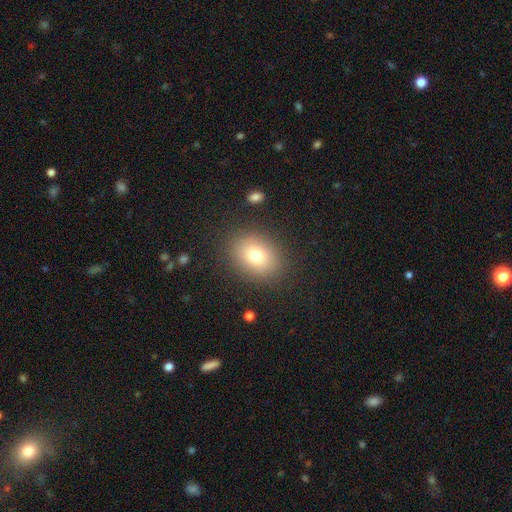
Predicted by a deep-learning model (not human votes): smooth-or-featured: smooth: 76% | star or artifact: 12% | featured or disk: 12%
  how-rounded: in between: 54% | round: 46% | cigar-shaped: 1%
  merging: none: 86% | minor disturbance: 9% | major disturbance: 4% | merger: 1%